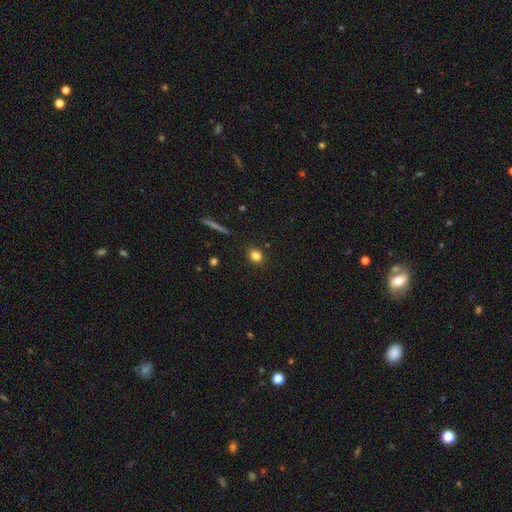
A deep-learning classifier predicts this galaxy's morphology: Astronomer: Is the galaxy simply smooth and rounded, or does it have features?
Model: smooth — 82%.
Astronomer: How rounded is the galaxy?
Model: round — 62%.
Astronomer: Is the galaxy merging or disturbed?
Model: none — 89%.